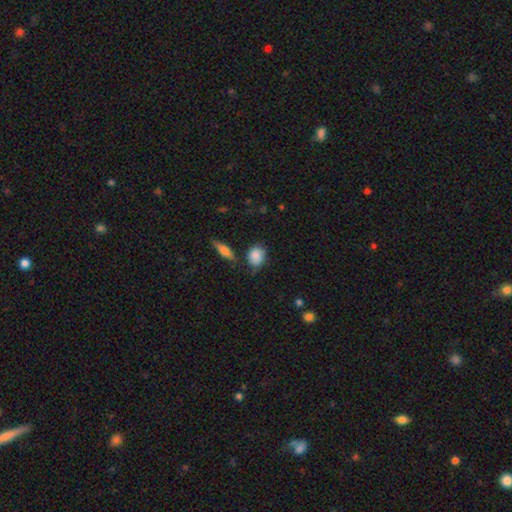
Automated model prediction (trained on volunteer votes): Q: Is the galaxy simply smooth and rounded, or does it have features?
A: smooth — 84%.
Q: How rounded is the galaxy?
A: round — 53%.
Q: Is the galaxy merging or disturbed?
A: none — 65%.